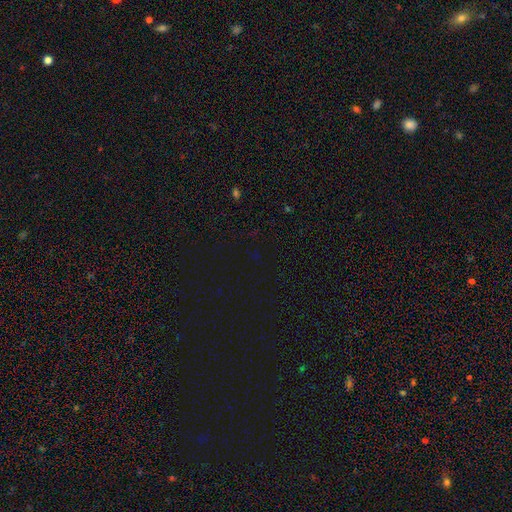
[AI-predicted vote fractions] smooth_or_featured: star or artifact (p=0.75) [alt: smooth p=0.19]